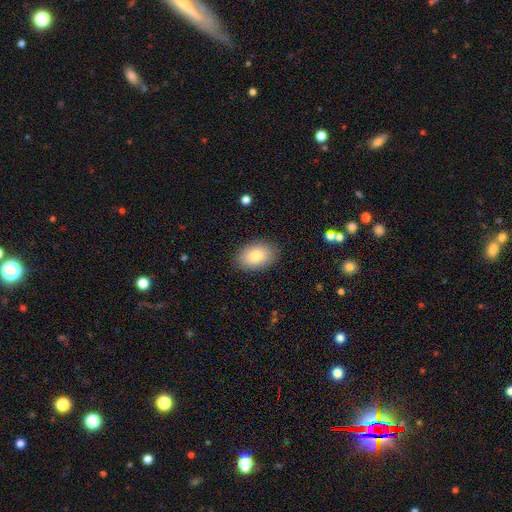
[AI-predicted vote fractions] smooth 83%, featured or disk 10%, star or artifact 7%. Down the decision tree: how rounded — in between (88%); merging — none (88%).